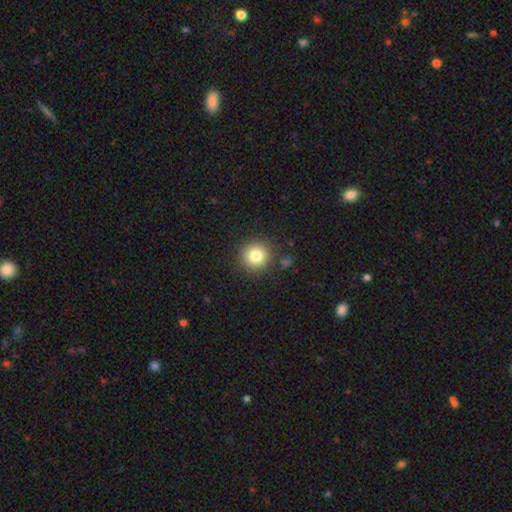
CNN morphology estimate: Smooth or featured? smooth (81%)
How rounded? round (94%)
Merging? none (87%)